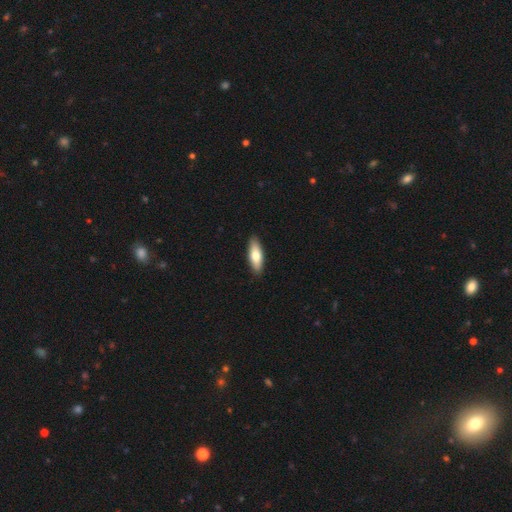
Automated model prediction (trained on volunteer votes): The model was most divided on "how rounded": in between: 59%, cigar-shaped: 39%, round: 2%. More confident: merging — none (90%); smooth or featured — smooth (72%).